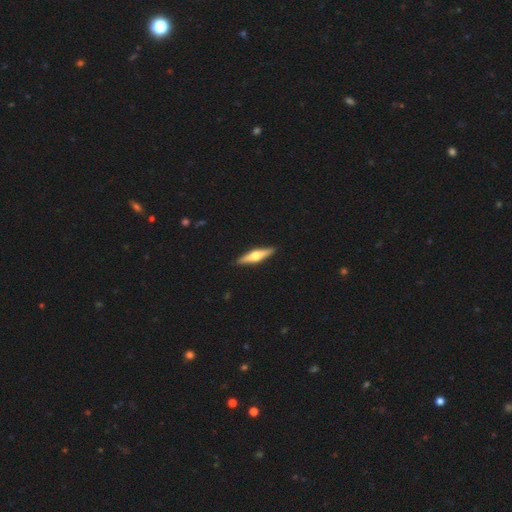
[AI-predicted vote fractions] The model was most divided on "smooth or featured": featured or disk: 63%, smooth: 32%, star or artifact: 5%. More confident: edge-on disk — yes (96%); edge-on bulge — rounded (94%); merging — none (91%).